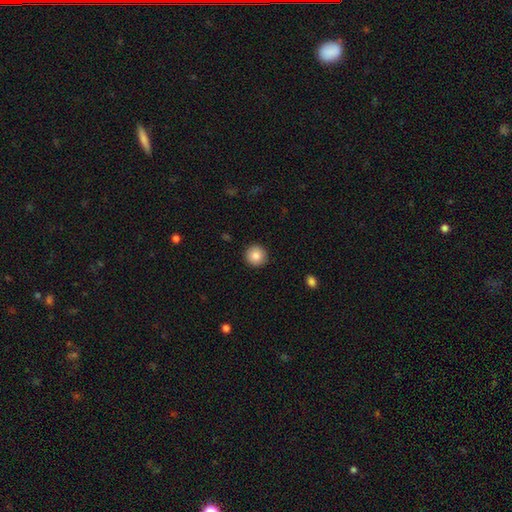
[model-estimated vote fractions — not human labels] Q: Smooth or featured?
A: smooth (85%); runner-up: star or artifact (8%)
Q: How rounded?
A: round (95%); runner-up: in between (4%)
Q: Merging?
A: none (92%); runner-up: minor disturbance (5%)